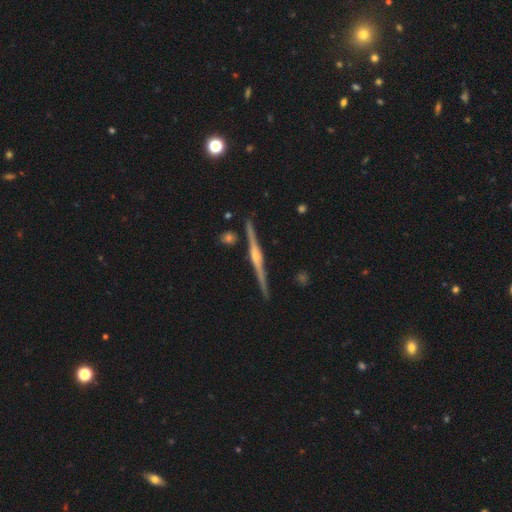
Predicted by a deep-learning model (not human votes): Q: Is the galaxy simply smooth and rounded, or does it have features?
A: featured or disk — 88%.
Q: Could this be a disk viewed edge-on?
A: yes — 99%.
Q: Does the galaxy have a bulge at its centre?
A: rounded — 86%.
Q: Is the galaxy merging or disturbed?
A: none — 90%.